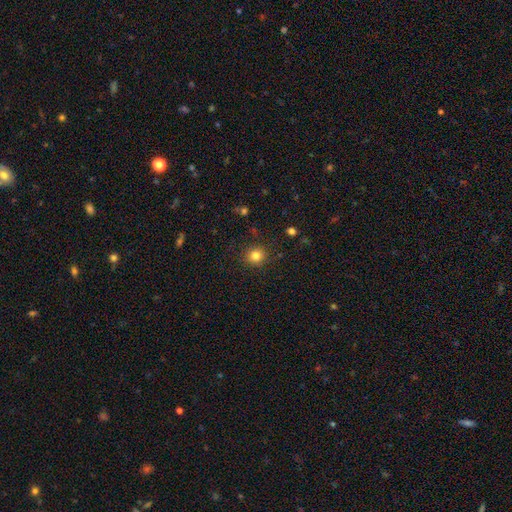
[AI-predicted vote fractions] A smooth galaxy with no disk features (82%) that is round (89%). Merging: none (89%).